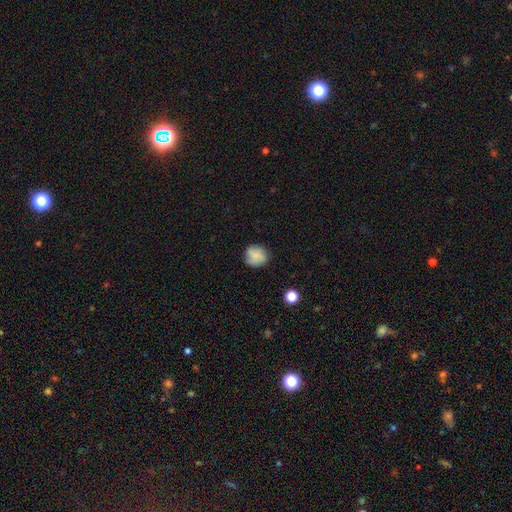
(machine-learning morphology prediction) Smooth or featured: smooth — 78% (featured or disk — 13%)
How rounded: round — 82% (in between — 17%)
Merging: none — 77% (minor disturbance — 18%)